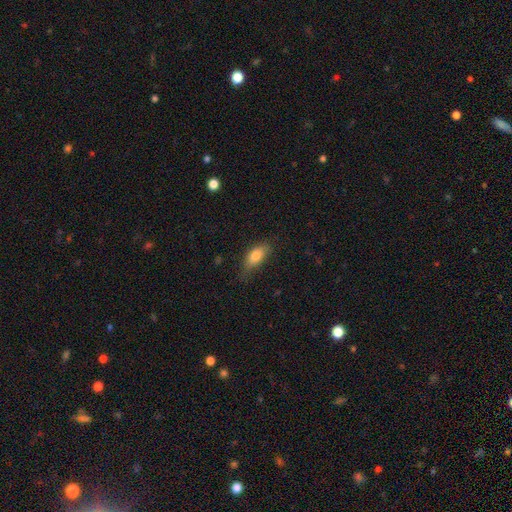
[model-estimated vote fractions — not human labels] smooth 80%, featured or disk 13%, star or artifact 8%. Down the decision tree: how rounded — in between (80%); merging — none (60%).